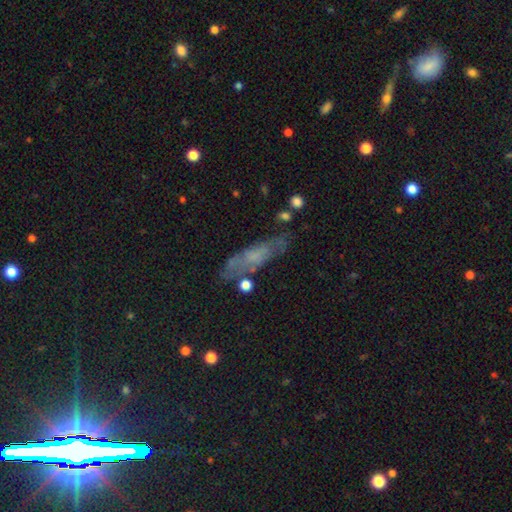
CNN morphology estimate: This is marginally a smooth galaxy (42%). Merging: likely none (67%).